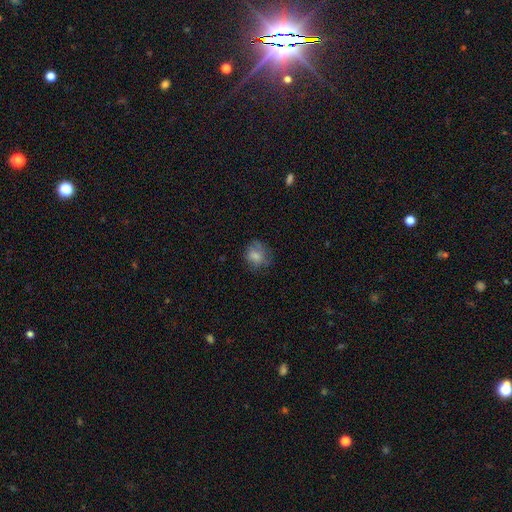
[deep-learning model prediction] smooth 72%, featured or disk 17%, star or artifact 10%. Down the decision tree: how rounded — round (71%); merging — none (62%).